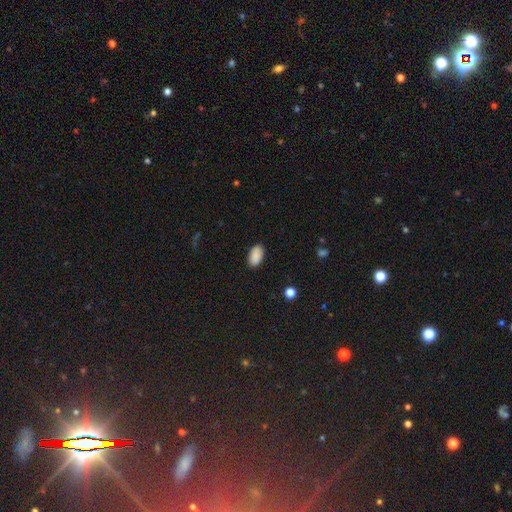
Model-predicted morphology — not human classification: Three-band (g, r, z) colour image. It shows a smooth galaxy with no disk features (90%) that is in between round and cigar-shaped (94%). Merging: none (88%).